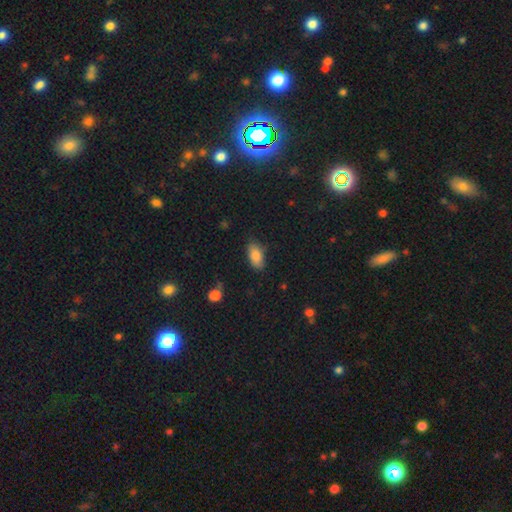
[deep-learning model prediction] smooth 86%, star or artifact 8%, featured or disk 6%. Down the decision tree: how rounded — in between (91%); merging — none (78%).